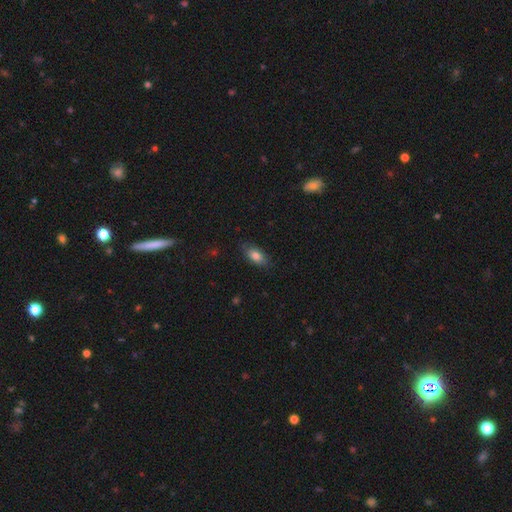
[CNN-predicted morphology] Smooth or featured? Predicted: smooth (p=0.80). How rounded? Predicted: in between (p=0.89). Merging? Predicted: none (p=0.78).